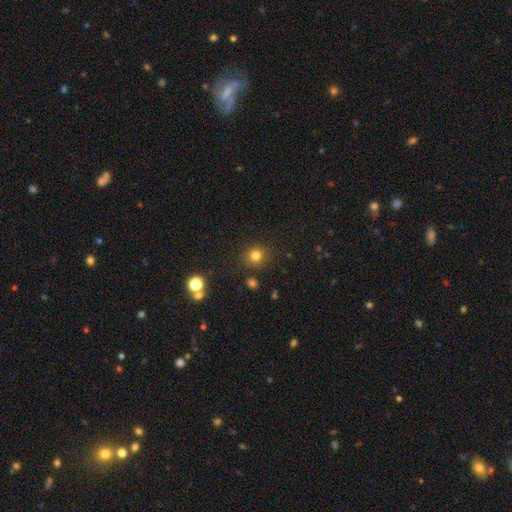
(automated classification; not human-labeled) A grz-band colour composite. It shows a smooth galaxy with no disk features (79%) that is round (89%). Merging: none (86%).